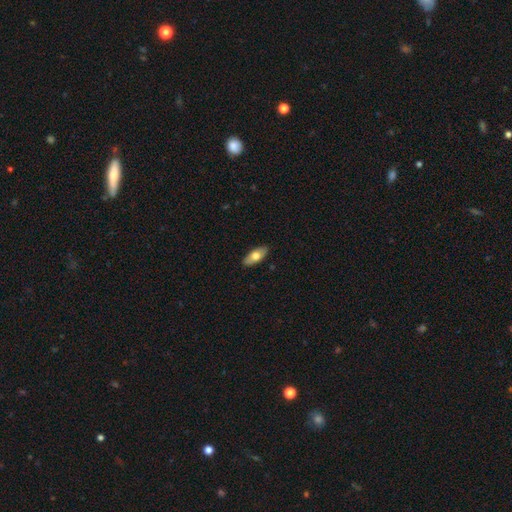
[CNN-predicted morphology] This appears to be a smooth galaxy with no disk features (69%) that is in between round and cigar-shaped (84%). Merging: none (89%).